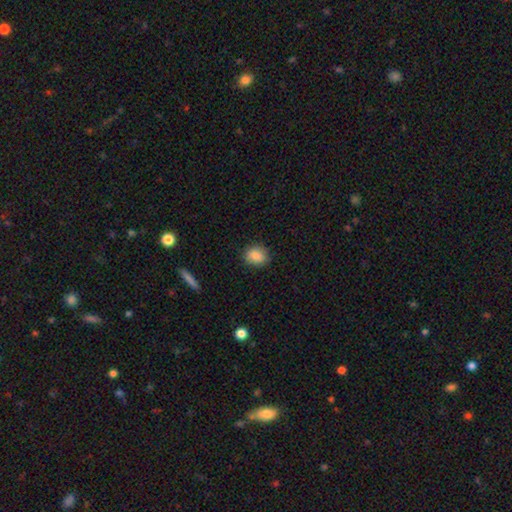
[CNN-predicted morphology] A smooth galaxy with no disk features (87%) that is round (61%). Merging: none (84%).